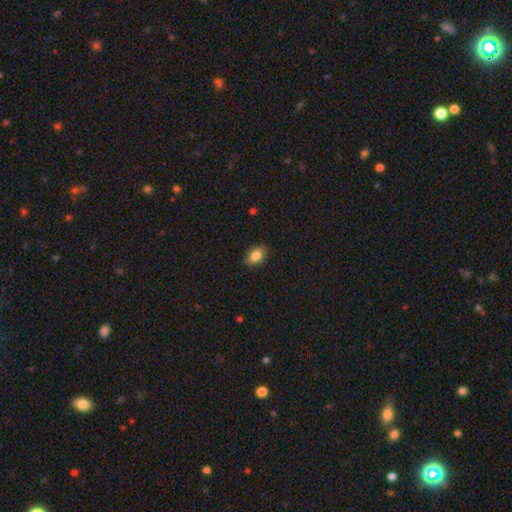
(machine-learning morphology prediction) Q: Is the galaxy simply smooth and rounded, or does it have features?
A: smooth — 83%.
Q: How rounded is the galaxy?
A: in between — 85%.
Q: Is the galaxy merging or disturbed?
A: none — 86%.